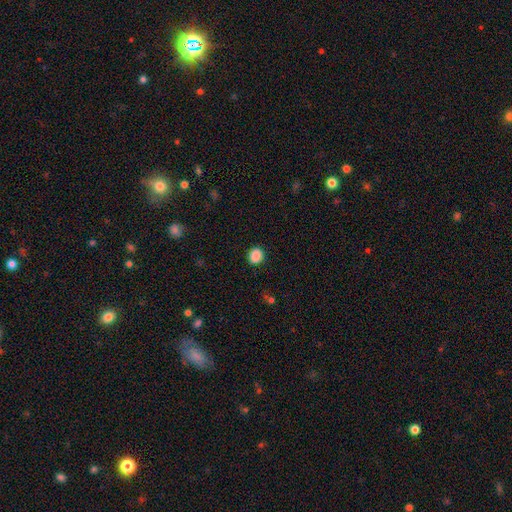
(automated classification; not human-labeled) smooth_or_featured: smooth (p=0.88) [alt: star or artifact p=0.09]
how_rounded: round (p=0.75) [alt: in between p=0.24]
merging: none (p=0.90) [alt: minor disturbance p=0.07]